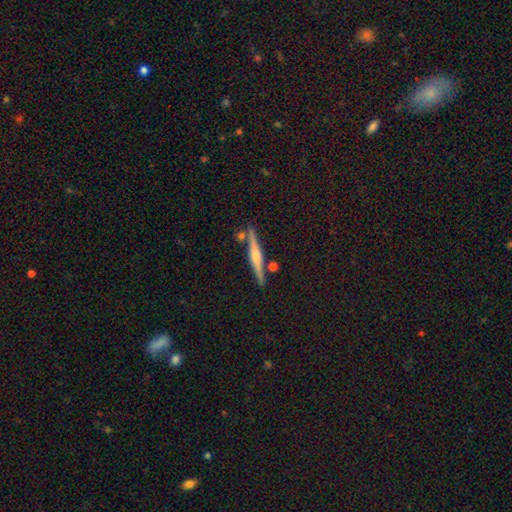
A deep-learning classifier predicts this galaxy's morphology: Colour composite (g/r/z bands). It shows a featured or disk galaxy (66%) viewed edge-on (97%) with a rounded central bulge (68%). Merging: none (83%).